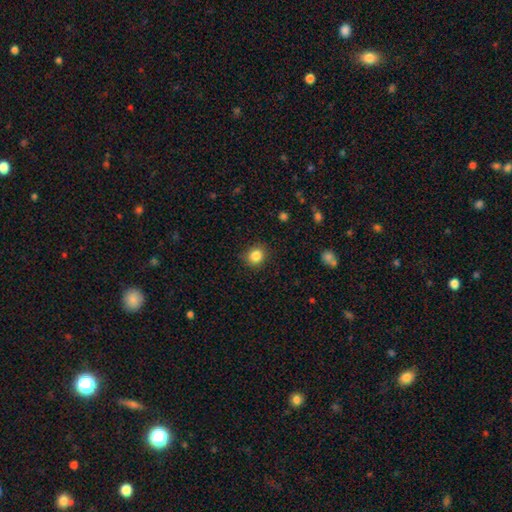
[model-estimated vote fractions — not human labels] A smooth galaxy with no disk features (85%) that is round (82%). Merging: none (86%).